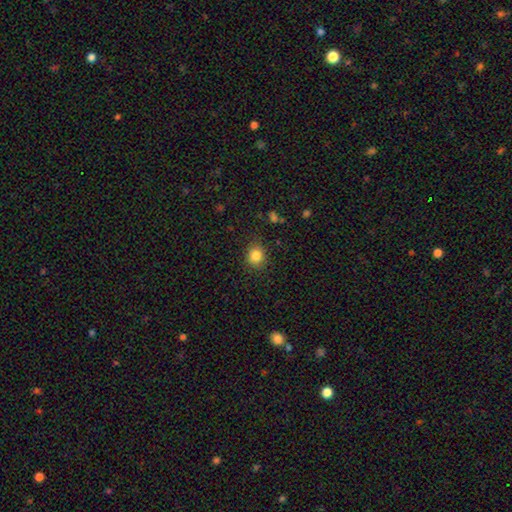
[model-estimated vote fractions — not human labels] smooth 84%, star or artifact 11%, featured or disk 5%. Down the decision tree: how rounded — round (74%); merging — none (87%).